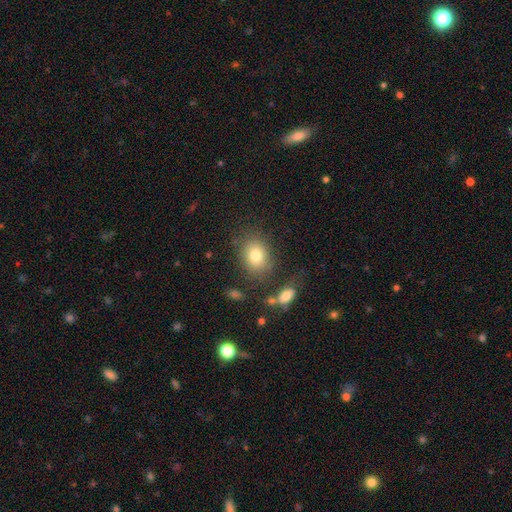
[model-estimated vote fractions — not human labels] Morphology: type=smooth (79%); roundness=in between (57%); merging=none (77%).